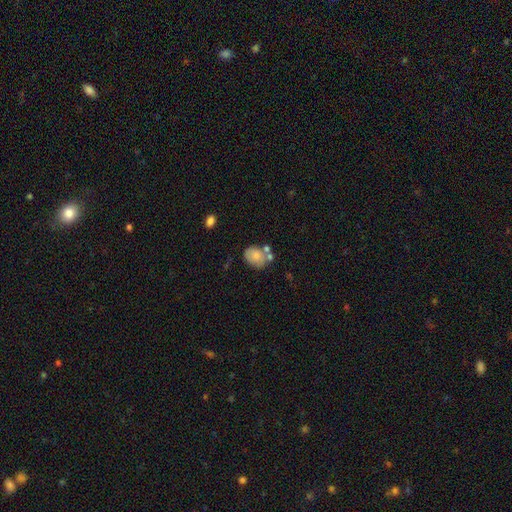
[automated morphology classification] This appears to be a smooth galaxy with no disk features (73%) that is in between round and cigar-shaped (59%). Merging: none (49%).